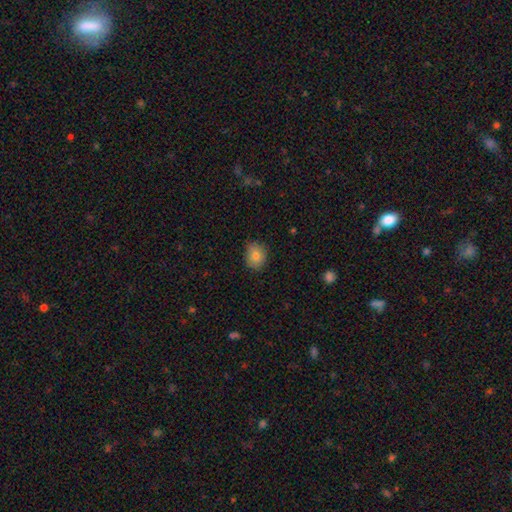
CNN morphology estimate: type=smooth (81%); roundness=round (64%); merging=none (81%).